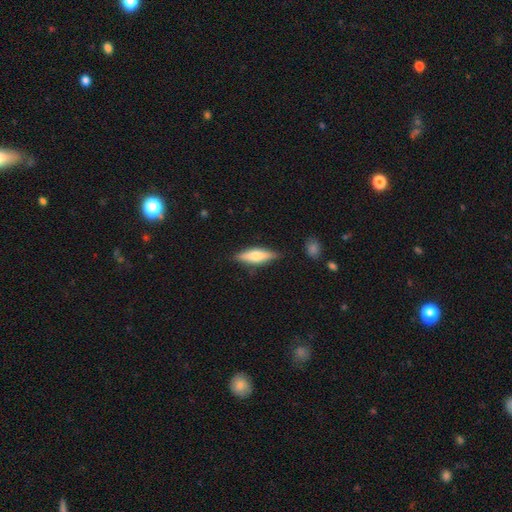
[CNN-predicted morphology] Overall: smooth (57%; featured or disk 37%). How rounded: cigar-shaped (54%; in between 43%). Merging: none (82%).